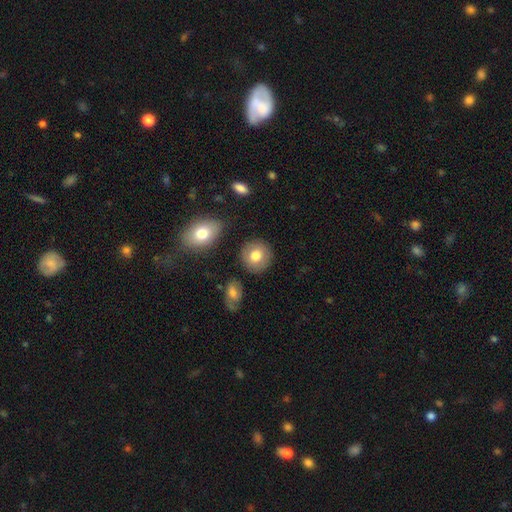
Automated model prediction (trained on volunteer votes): This appears to be a smooth galaxy with no disk features (77%) that is round (88%). Merging: none (86%).